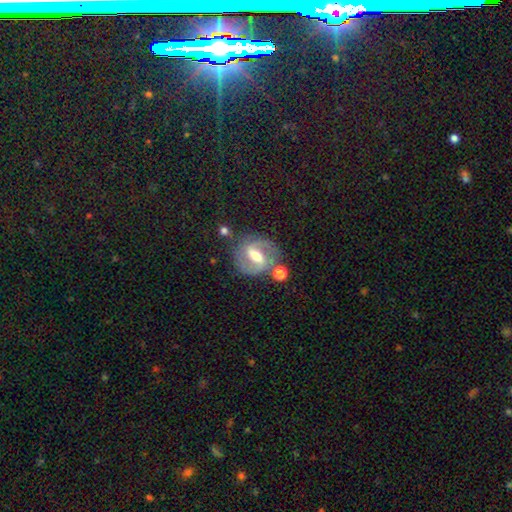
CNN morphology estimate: smooth_or_featured: featured or disk (p=0.80) [alt: smooth p=0.14]
disk_edge_on: no (p=0.96) [alt: yes p=0.04]
bar: strong (p=0.48) [alt: weak p=0.40]
has_spiral_arms: yes (p=0.89) [alt: no p=0.11]
spiral_winding: medium (p=0.53) [alt: tight p=0.28]
spiral_arm_count: 2 (p=0.88) [alt: can't tell p=0.06]
bulge_size: moderate (p=0.69) [alt: small p=0.18]
merging: none (p=0.72) [alt: minor disturbance p=0.15]